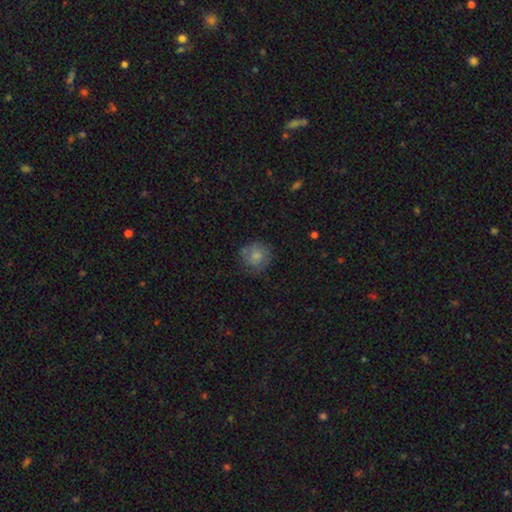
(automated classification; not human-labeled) Smooth or featured?
  - smooth: 72% *
  - featured or disk: 19%
  - star or artifact: 9%
How rounded?
  - round: 87% *
  - in between: 12%
  - cigar-shaped: 1%
Merging?
  - none: 67% *
  - minor disturbance: 22%
  - major disturbance: 8%
  - merger: 3%